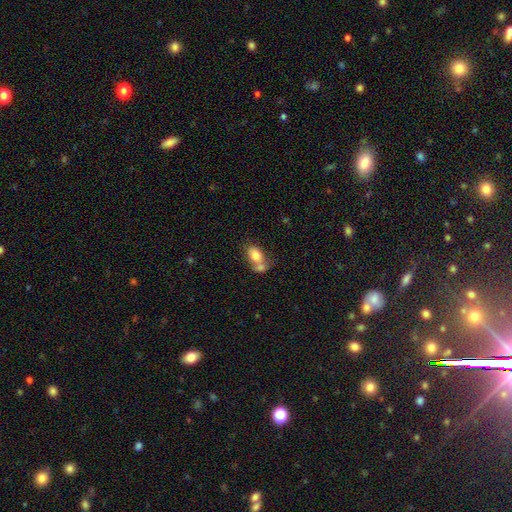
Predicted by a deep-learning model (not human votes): Smooth or featured?
  - smooth: 77% *
  - featured or disk: 16%
  - star or artifact: 8%
How rounded?
  - in between: 82% *
  - round: 17%
  - cigar-shaped: 2%
Merging?
  - merger: 53% *
  - none: 30%
  - minor disturbance: 11%
  - major disturbance: 6%